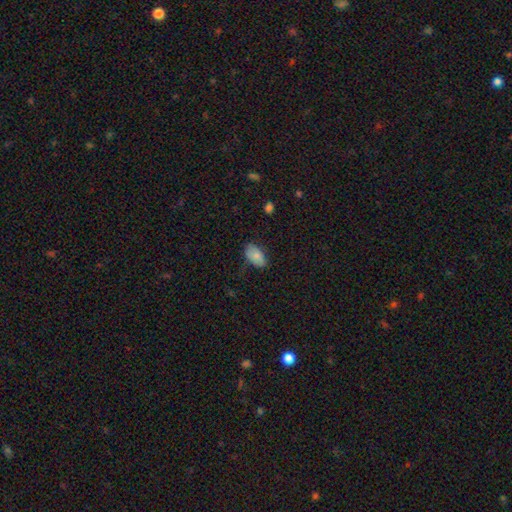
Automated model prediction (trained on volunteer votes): This appears to be a smooth galaxy with no disk features (82%) that is in between round and cigar-shaped (94%). Merging: none (71%).